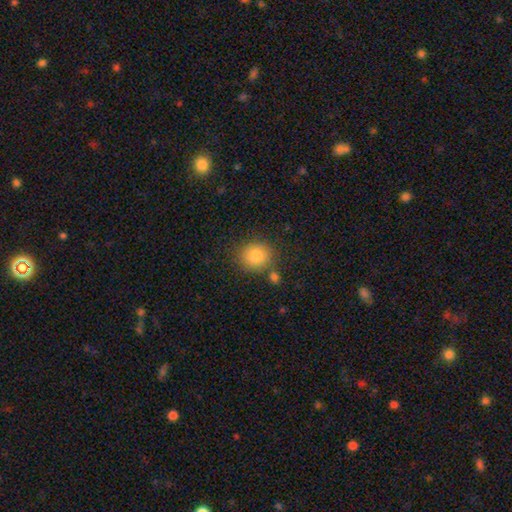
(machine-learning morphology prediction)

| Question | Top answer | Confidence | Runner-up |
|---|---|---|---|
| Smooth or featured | smooth | 84% | star or artifact (9%) |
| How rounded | round | 83% | in between (16%) |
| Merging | none | 76% | minor disturbance (12%) |